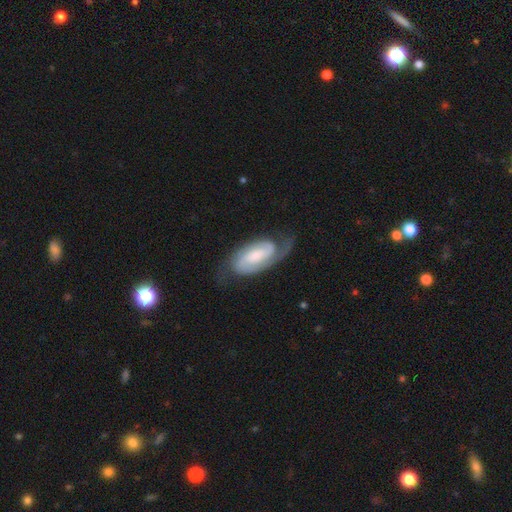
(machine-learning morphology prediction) Overall: featured or disk (83%). Edge-on disk: no (96%). Bar: no (43%; weak 41%). Spiral arms: yes (97%). Spiral arm count: 2 (81%). Spiral winding: tight (47%; medium 40%). Bulge size: small (35%; moderate 34%). Merging: none (66%).